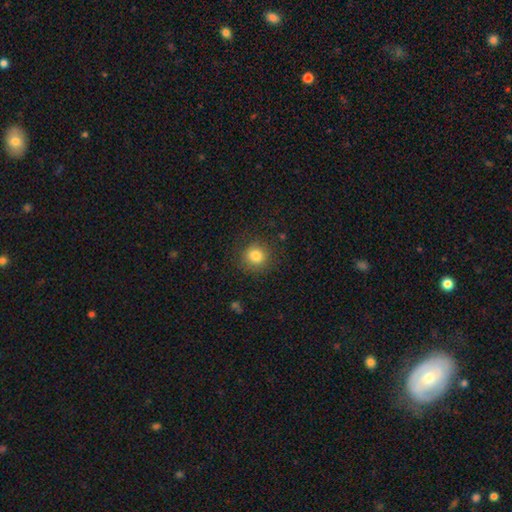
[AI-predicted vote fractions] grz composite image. It shows a smooth galaxy with no disk features (82%) that is round (91%). Merging: none (87%).